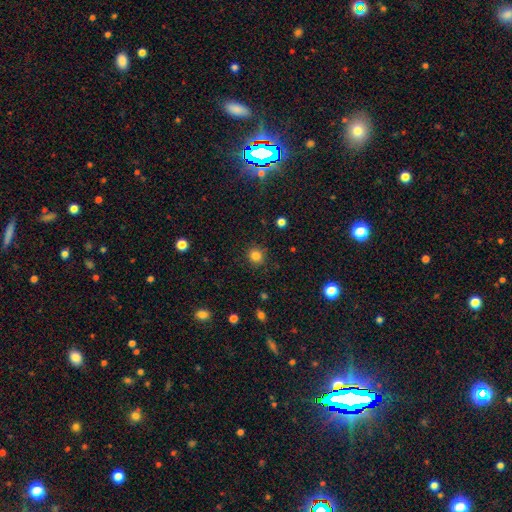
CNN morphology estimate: Q: Smooth or featured?
A: smooth (83%); runner-up: star or artifact (13%)
Q: How rounded?
A: round (90%); runner-up: in between (9%)
Q: Merging?
A: none (88%); runner-up: minor disturbance (8%)